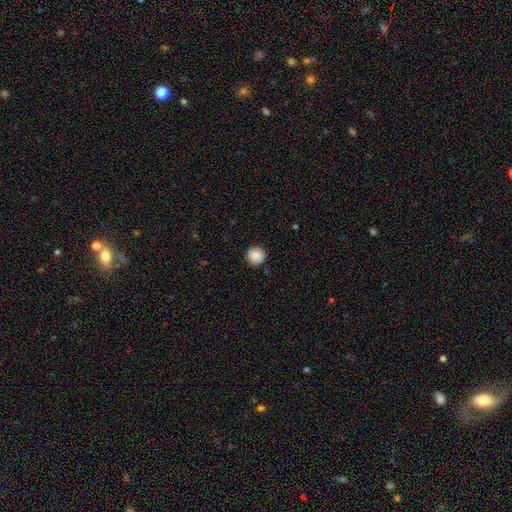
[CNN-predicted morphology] smooth_or_featured: smooth (p=0.88) [alt: star or artifact p=0.08]
how_rounded: round (p=0.96) [alt: in between p=0.03]
merging: none (p=0.93) [alt: minor disturbance p=0.05]